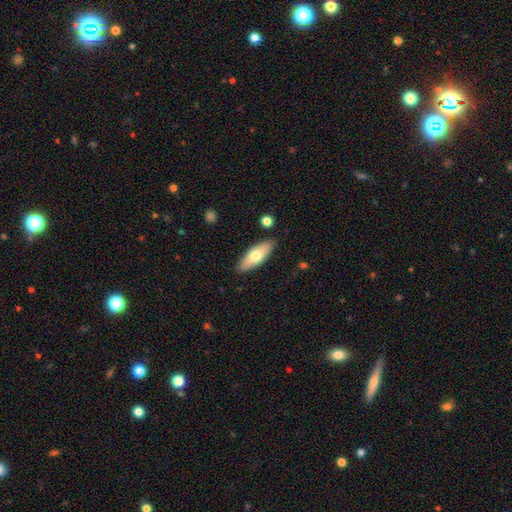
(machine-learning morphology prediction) Overall: smooth (68%). How rounded: in between (68%; cigar-shaped 29%). Merging: none (87%).